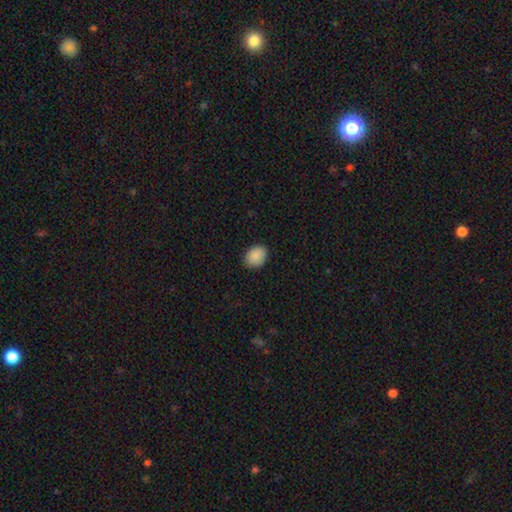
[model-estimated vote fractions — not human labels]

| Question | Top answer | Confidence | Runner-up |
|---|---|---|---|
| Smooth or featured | smooth | 89% | star or artifact (7%) |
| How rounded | in between | 59% | round (40%) |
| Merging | none | 87% | minor disturbance (10%) |